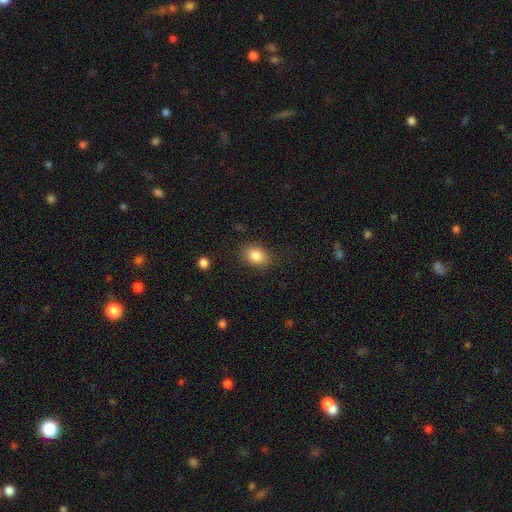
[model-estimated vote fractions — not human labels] Smooth or featured? Predicted: smooth (p=0.84). How rounded? Predicted: in between (p=0.70). Merging? Predicted: none (p=0.82).